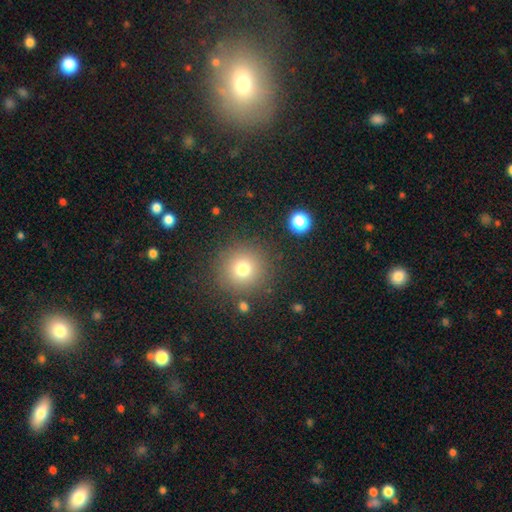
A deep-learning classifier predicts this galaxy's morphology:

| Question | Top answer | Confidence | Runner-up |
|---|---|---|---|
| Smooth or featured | smooth | 55% | star or artifact (35%) |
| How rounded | round | 92% | in between (7%) |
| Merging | none | 89% | minor disturbance (6%) |